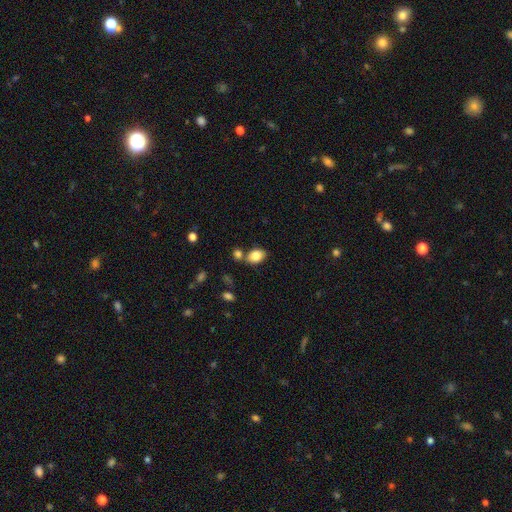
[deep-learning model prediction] Smooth or featured: smooth — 84% (star or artifact — 9%)
How rounded: in between — 76% (round — 22%)
Merging: none — 65% (merger — 18%)